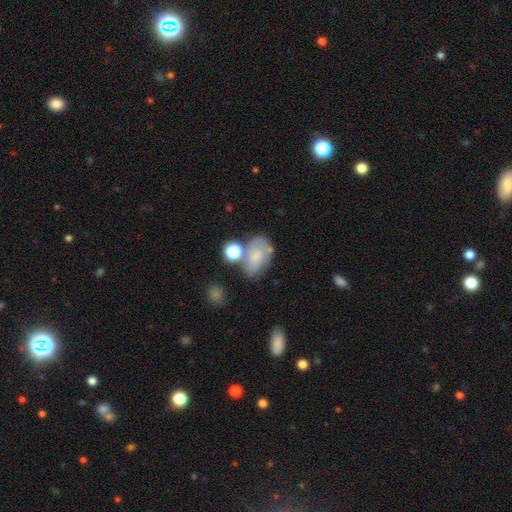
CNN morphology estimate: Smooth or featured? Predicted: smooth (p=0.57). How rounded? Predicted: in between (p=0.81). Merging? Predicted: none (p=0.44).